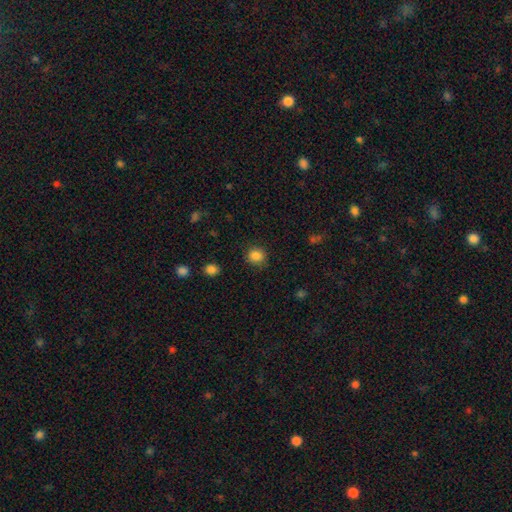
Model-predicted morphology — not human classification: Smooth or featured?
  - smooth: 86% *
  - star or artifact: 11%
  - featured or disk: 3%
How rounded?
  - round: 86% *
  - in between: 13%
  - cigar-shaped: 1%
Merging?
  - none: 87% *
  - minor disturbance: 9%
  - major disturbance: 3%
  - merger: 1%